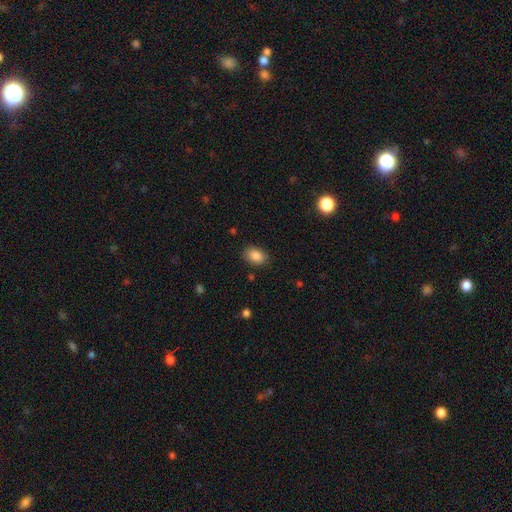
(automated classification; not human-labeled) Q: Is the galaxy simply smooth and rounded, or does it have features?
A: smooth — 87%.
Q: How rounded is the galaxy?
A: in between — 81%.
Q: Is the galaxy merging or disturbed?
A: none — 85%.